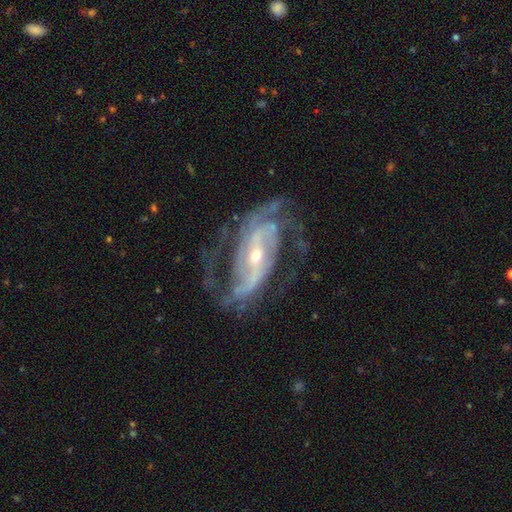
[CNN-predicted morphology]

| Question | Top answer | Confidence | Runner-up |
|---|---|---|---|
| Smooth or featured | featured or disk | 91% | star or artifact (6%) |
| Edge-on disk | no | 95% | yes (5%) |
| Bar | strong | 48% | weak (31%) |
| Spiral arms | yes | 98% | no (2%) |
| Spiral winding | medium | 50% | tight (26%) |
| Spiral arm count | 2 | 62% | 3 (16%) |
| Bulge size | small | 60% | moderate (36%) |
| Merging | none | 64% | minor disturbance (18%) |